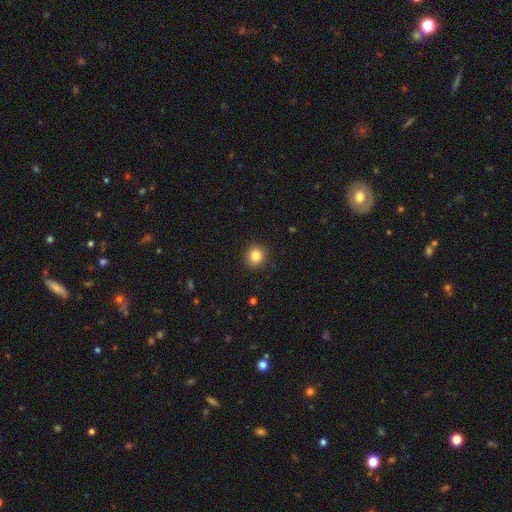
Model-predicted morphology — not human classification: A smooth galaxy with no disk features (84%) that is round (89%). Merging: none (92%).